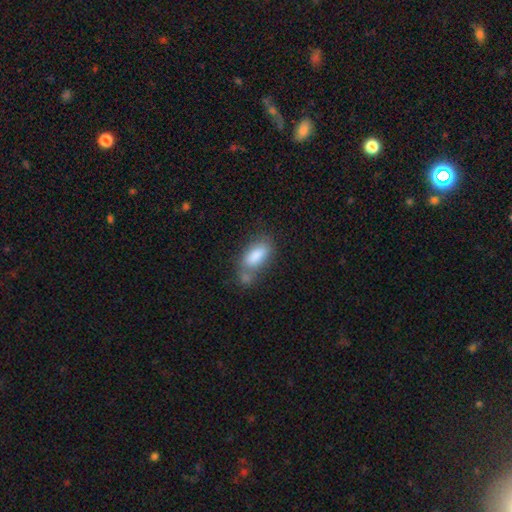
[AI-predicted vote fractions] A smooth galaxy with no disk features (82%) that is in between round and cigar-shaped (84%).

Vote fractions:
- Smooth or featured? smooth: 82% / featured or disk: 11% / star or artifact: 7%
- How rounded? in between: 84% / cigar-shaped: 13% / round: 3%
- Merging? none: 42% / merger: 30% / minor disturbance: 19% / major disturbance: 9%